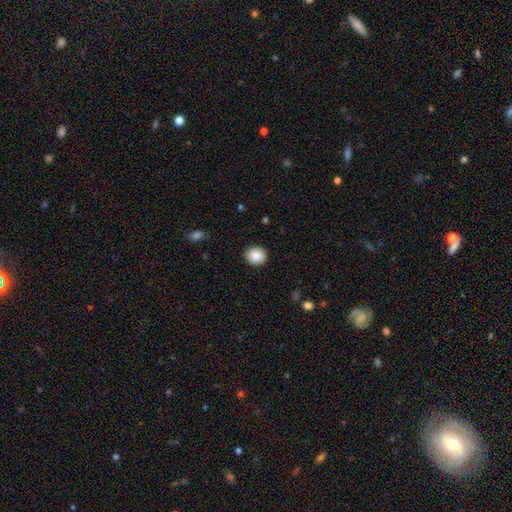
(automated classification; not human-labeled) The model was most divided on "how rounded": round: 84%, in between: 15%, cigar-shaped: 1%. More confident: merging — none (90%); smooth or featured — smooth (83%).